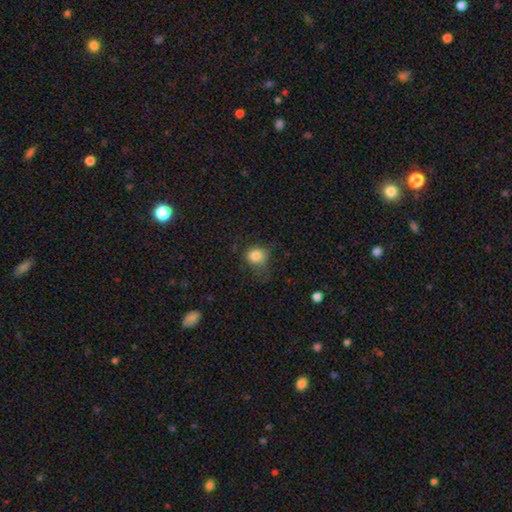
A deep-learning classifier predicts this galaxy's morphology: Smooth or featured? Predicted: smooth (p=0.83). How rounded? Predicted: round (p=0.75). Merging? Predicted: none (p=0.53).